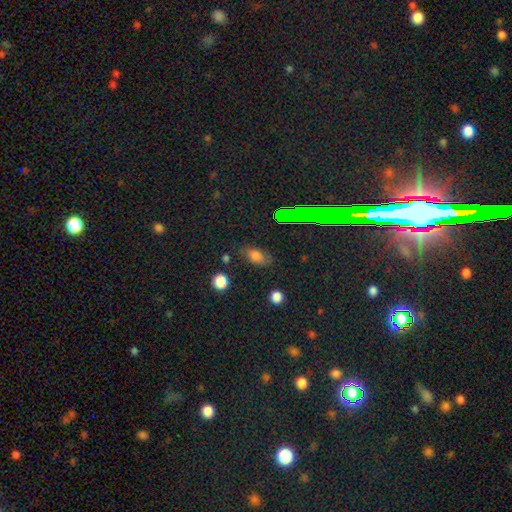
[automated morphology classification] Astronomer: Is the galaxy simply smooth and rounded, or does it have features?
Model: smooth — 72%.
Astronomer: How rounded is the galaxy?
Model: in between — 84%.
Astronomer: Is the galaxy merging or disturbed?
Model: none — 75%.